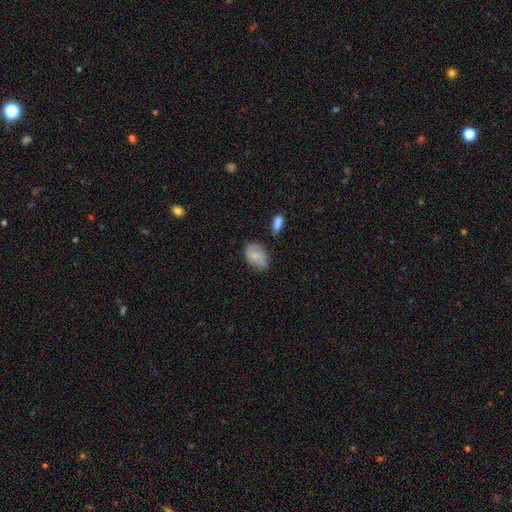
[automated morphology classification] Q: Smooth or featured?
A: smooth (67%); runner-up: featured or disk (26%)
Q: How rounded?
A: in between (86%); runner-up: round (12%)
Q: Merging?
A: none (63%); runner-up: minor disturbance (26%)